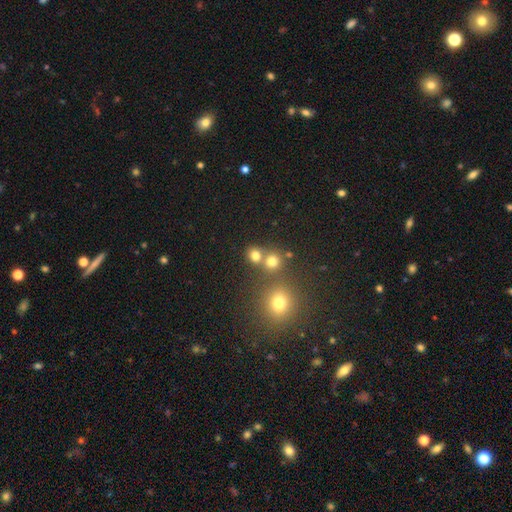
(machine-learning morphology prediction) The model was most divided on "merging": none: 62%, merger: 28%, minor disturbance: 7%, major disturbance: 3%. More confident: how rounded — round (85%); smooth or featured — smooth (76%).